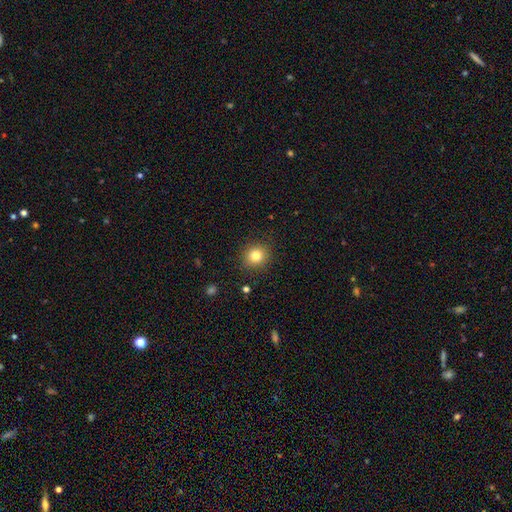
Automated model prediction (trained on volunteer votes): Smooth or featured?
  - smooth: 81% *
  - star or artifact: 12%
  - featured or disk: 7%
How rounded?
  - round: 85% *
  - in between: 14%
  - cigar-shaped: 1%
Merging?
  - none: 89% *
  - minor disturbance: 7%
  - major disturbance: 3%
  - merger: 1%